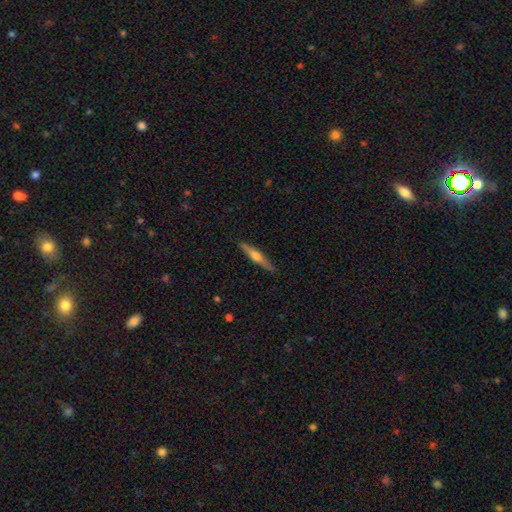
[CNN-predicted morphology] featured or disk 57%, smooth 37%, star or artifact 6%. Down the decision tree: edge-on disk — yes (96%); edge-on bulge — rounded (87%); merging — none (89%).